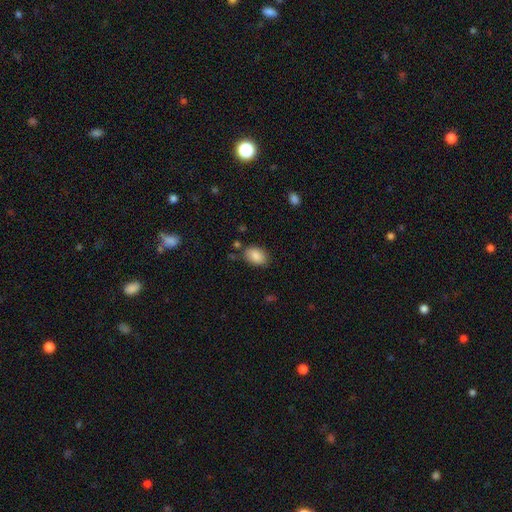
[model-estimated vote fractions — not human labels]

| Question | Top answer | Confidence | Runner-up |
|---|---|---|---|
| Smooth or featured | smooth | 87% | star or artifact (7%) |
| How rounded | in between | 86% | round (13%) |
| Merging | none | 78% | minor disturbance (15%) |